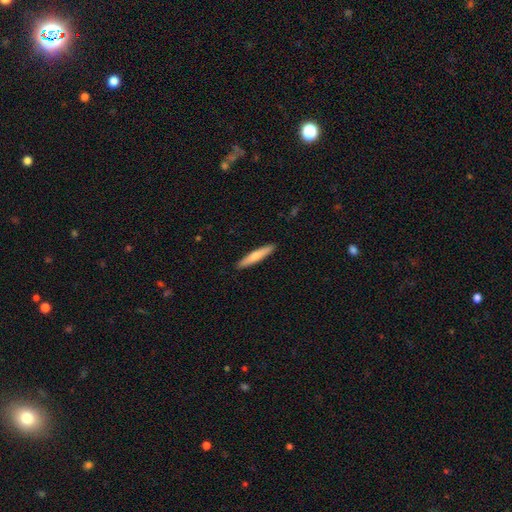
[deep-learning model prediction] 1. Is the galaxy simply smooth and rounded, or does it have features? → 66% smooth, 30% featured or disk, 5% star or artifact.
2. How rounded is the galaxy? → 92% cigar-shaped, 7% in between, 1% round.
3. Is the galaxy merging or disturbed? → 92% none, 6% minor disturbance, 1% major disturbance, 1% merger.